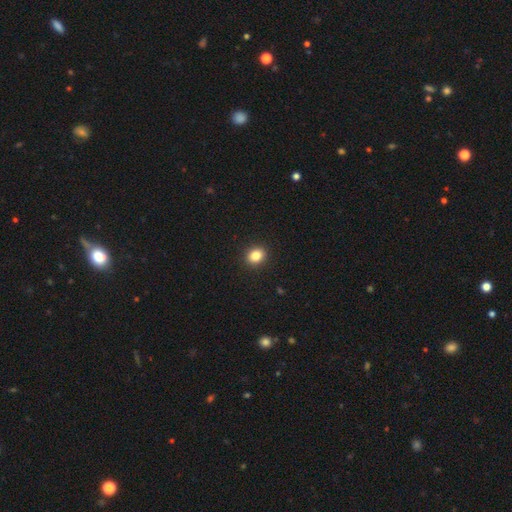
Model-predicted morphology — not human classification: Q: Smooth or featured?
A: smooth (85%); runner-up: star or artifact (10%)
Q: How rounded?
A: round (61%); runner-up: in between (38%)
Q: Merging?
A: none (92%); runner-up: minor disturbance (5%)